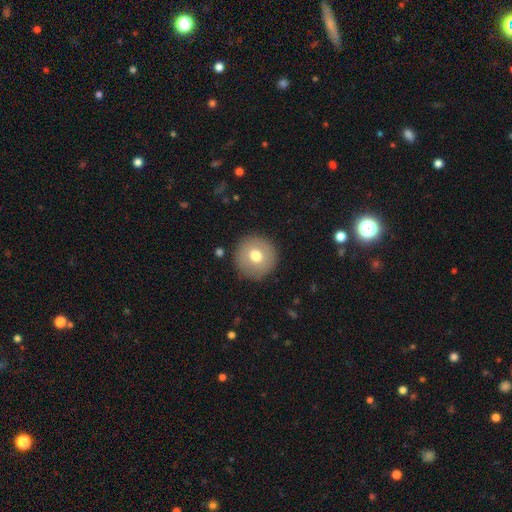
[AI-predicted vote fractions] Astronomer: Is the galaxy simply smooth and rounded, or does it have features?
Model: smooth — 70%.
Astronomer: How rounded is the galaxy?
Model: round — 96%.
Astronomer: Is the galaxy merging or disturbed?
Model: none — 90%.